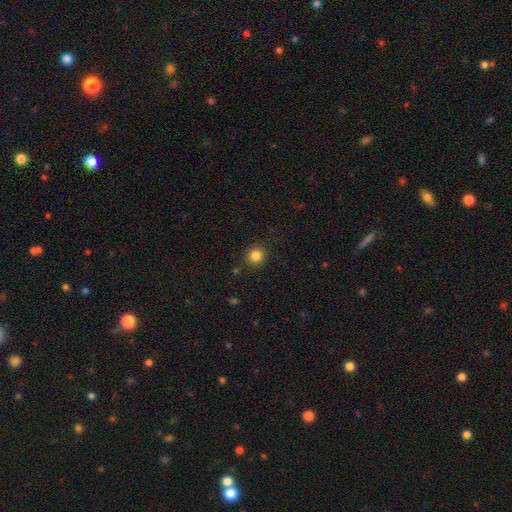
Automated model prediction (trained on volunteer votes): Smooth or featured: smooth — 84% (star or artifact — 12%)
How rounded: round — 92% (in between — 7%)
Merging: none — 90% (minor disturbance — 7%)